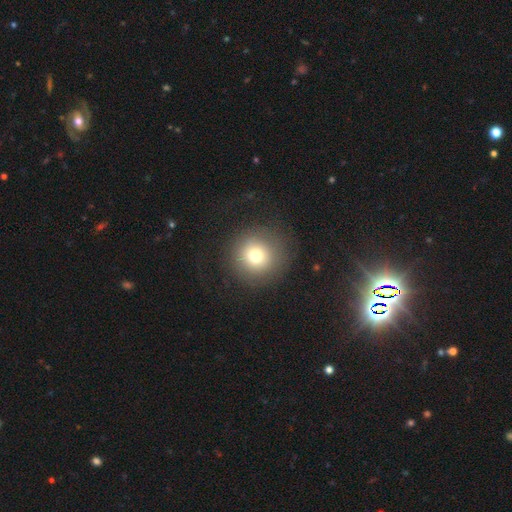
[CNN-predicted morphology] Smooth or featured: smooth — 74% (star or artifact — 14%)
How rounded: round — 95% (in between — 4%)
Merging: none — 85% (minor disturbance — 8%)